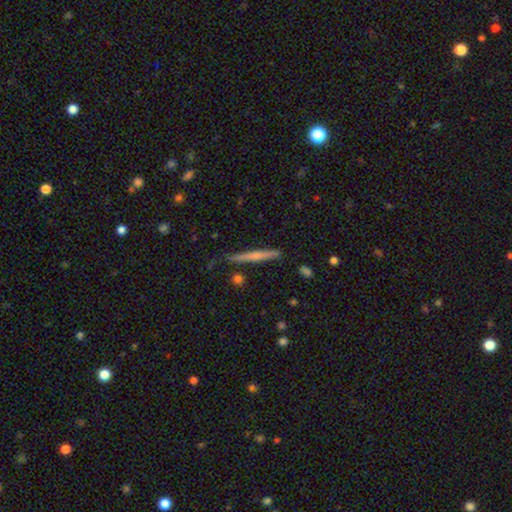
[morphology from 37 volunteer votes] A smooth galaxy with no disk features (49%) that is cigar-shaped (89%). Merging: none (76%).